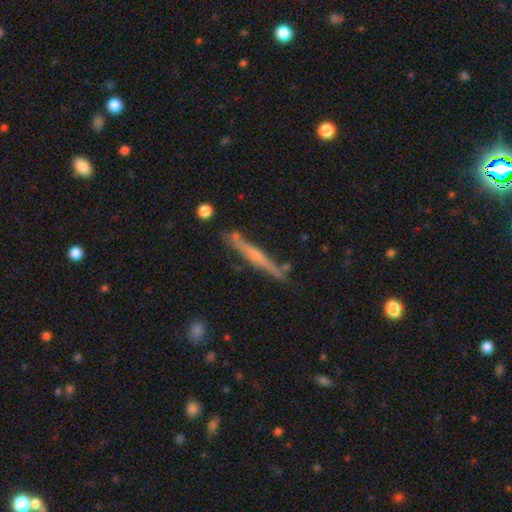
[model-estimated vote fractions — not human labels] The model was most divided on "smooth or featured": featured or disk: 55%, smooth: 39%, star or artifact: 6%. More confident: edge-on disk — yes (96%); merging — none (81%); edge-on bulge — none (53%).